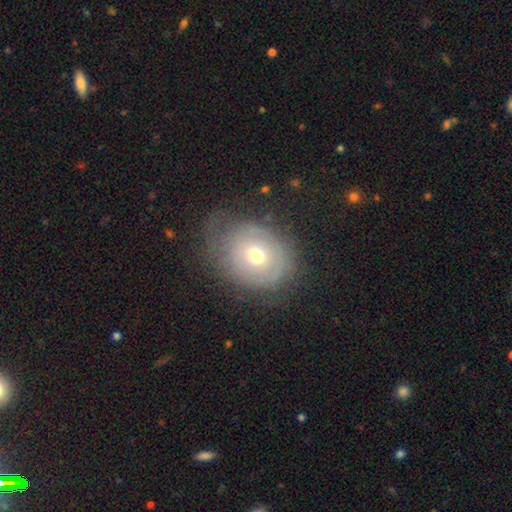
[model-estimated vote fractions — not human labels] smooth 49%, featured or disk 41%, star or artifact 10%. Down the decision tree: merging — none (57%).